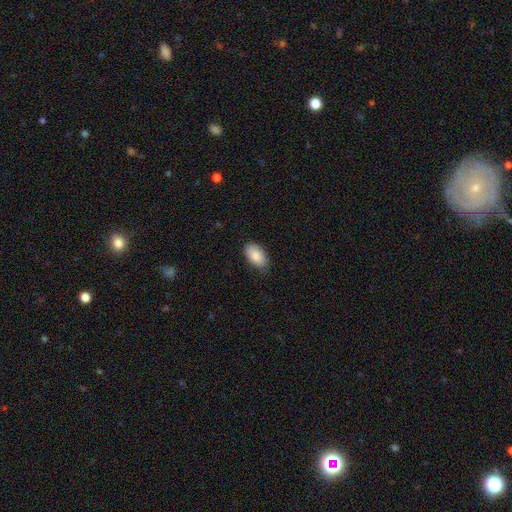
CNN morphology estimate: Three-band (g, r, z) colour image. It shows a smooth galaxy with no disk features (86%) that is in between round and cigar-shaped (94%). Merging: none (83%).